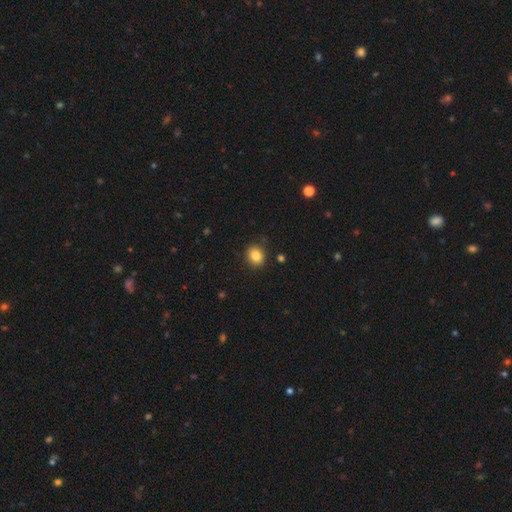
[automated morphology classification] Smooth or featured? smooth (85%)
How rounded? round (66%)
Merging? none (87%)